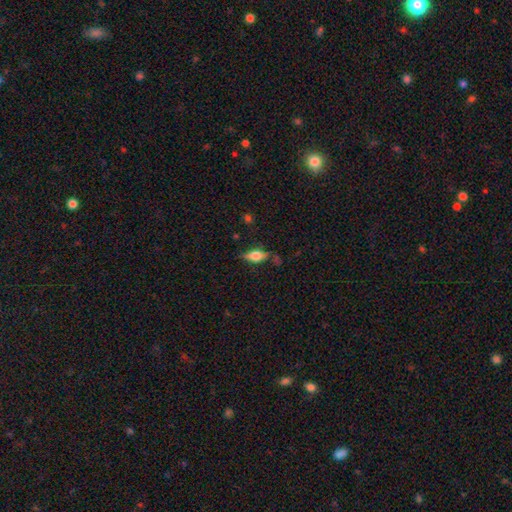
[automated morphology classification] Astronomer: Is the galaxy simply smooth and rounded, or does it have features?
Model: smooth — 60%.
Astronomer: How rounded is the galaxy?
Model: in between — 76%.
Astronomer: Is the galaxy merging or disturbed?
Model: none — 70%.